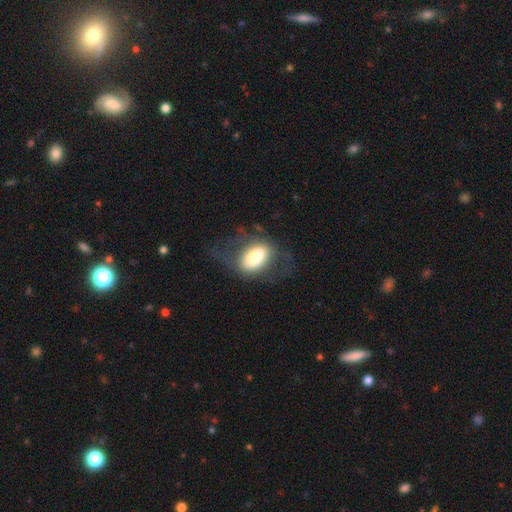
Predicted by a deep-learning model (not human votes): Smooth or featured?
  - smooth: 64% *
  - featured or disk: 29%
  - star or artifact: 7%
How rounded?
  - in between: 86% *
  - round: 11%
  - cigar-shaped: 2%
Merging?
  - none: 53% *
  - major disturbance: 24%
  - minor disturbance: 22%
  - merger: 2%